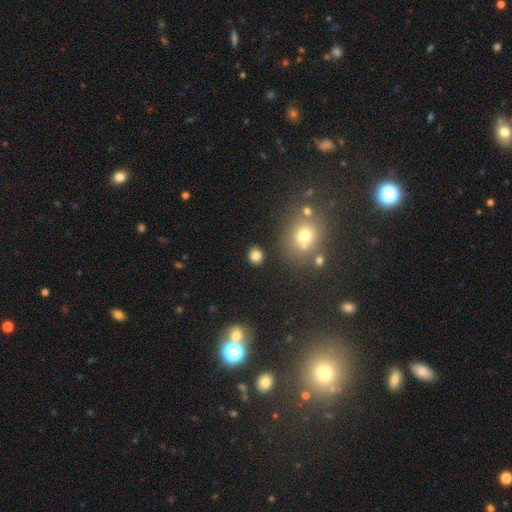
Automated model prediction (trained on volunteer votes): Morphology: type=smooth (82%); roundness=round (71%); merging=none (86%).